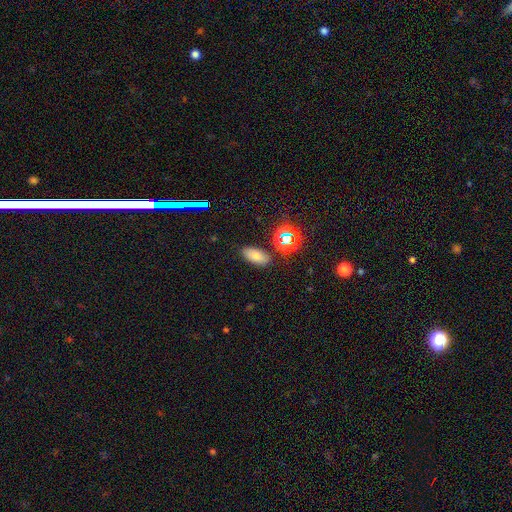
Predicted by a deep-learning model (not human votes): smooth 73%, star or artifact 17%, featured or disk 10%. Down the decision tree: how rounded — in between (87%); merging — none (84%).